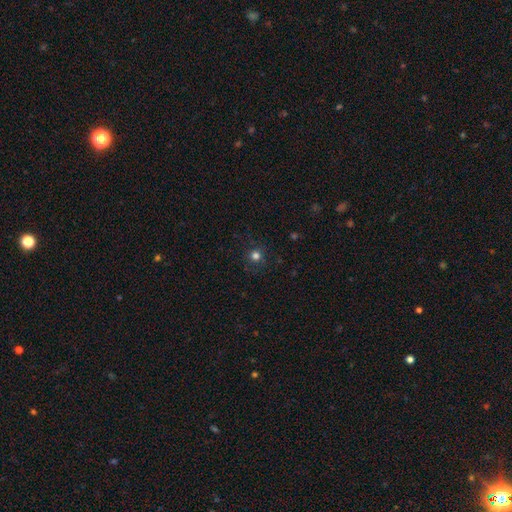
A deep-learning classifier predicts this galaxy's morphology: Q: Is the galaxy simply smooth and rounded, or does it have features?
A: smooth — 76%.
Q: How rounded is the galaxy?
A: round — 94%.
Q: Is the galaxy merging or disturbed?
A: none — 87%.